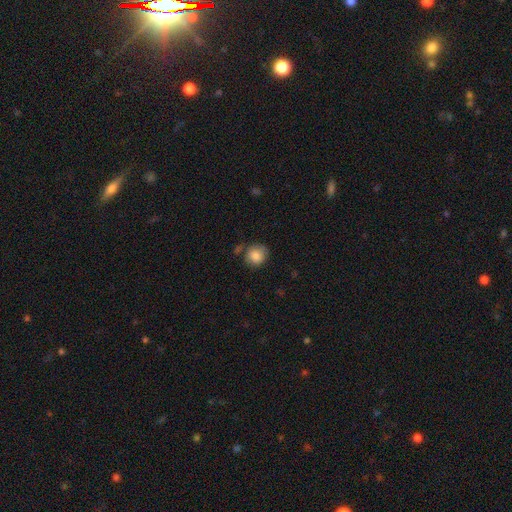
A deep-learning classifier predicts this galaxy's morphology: smooth 86%, star or artifact 8%, featured or disk 6%. Down the decision tree: how rounded — round (81%); merging — none (68%).